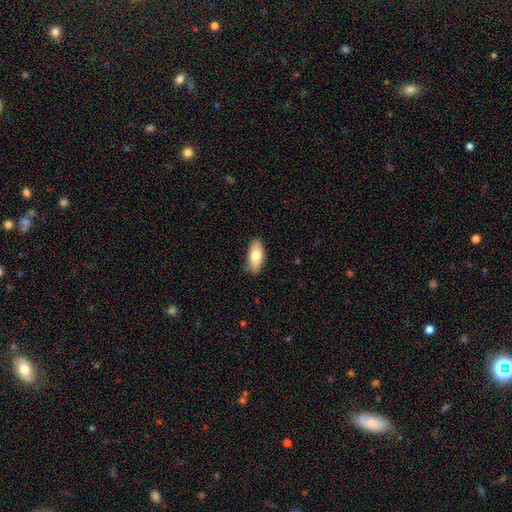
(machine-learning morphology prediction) A smooth galaxy with no disk features (76%) that is in between round and cigar-shaped (84%). Merging: none (86%).